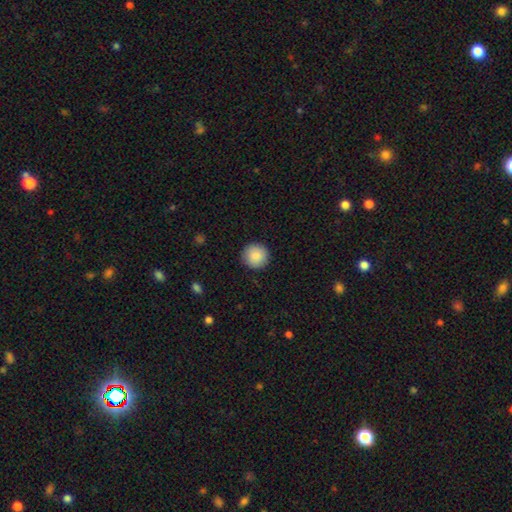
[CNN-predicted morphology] smooth_or_featured: smooth (p=0.89) [alt: star or artifact p=0.07]
how_rounded: round (p=0.95) [alt: in between p=0.04]
merging: none (p=0.91) [alt: minor disturbance p=0.06]